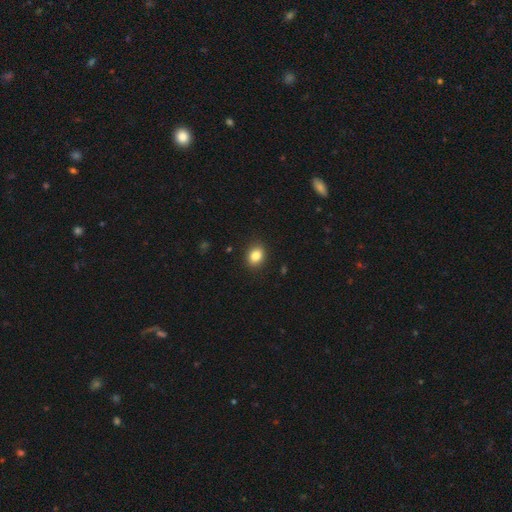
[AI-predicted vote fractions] This appears to be a smooth galaxy with no disk features (84%) that is in between round and cigar-shaped (59%). Merging: none (89%).